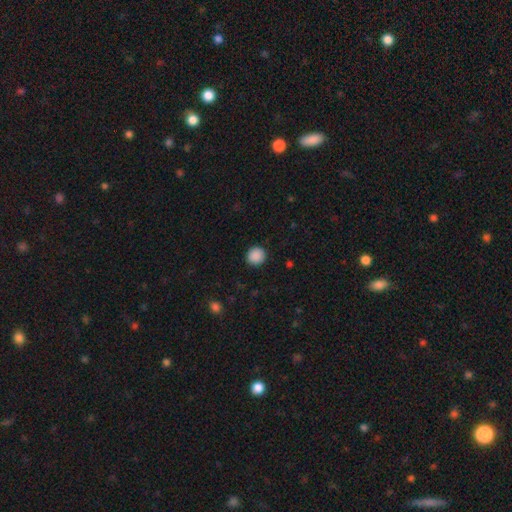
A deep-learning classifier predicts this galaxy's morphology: The model was most divided on "smooth or featured": smooth: 89%, star or artifact: 9%, featured or disk: 2%. More confident: merging — none (92%); how rounded — round (91%).